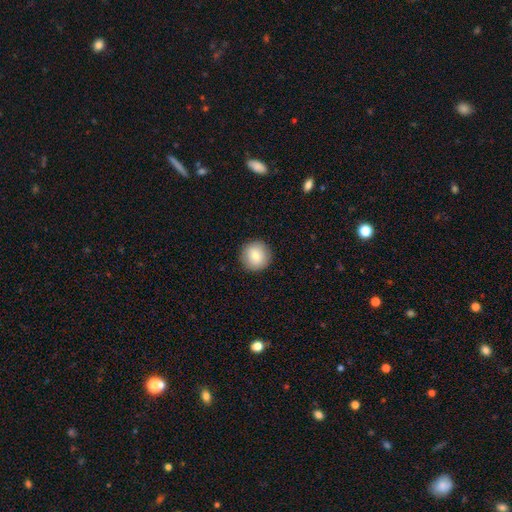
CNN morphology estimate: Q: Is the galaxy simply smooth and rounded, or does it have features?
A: smooth — 82%.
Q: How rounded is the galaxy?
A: round — 95%.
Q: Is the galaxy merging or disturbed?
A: none — 91%.